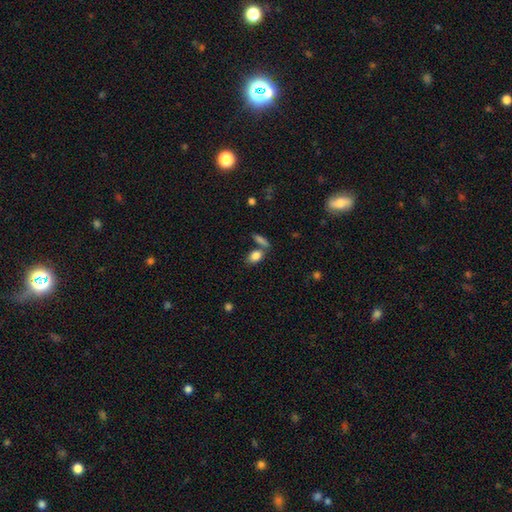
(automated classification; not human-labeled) Morphology: type=smooth (84%); roundness=in between (84%); merging=none (59%).